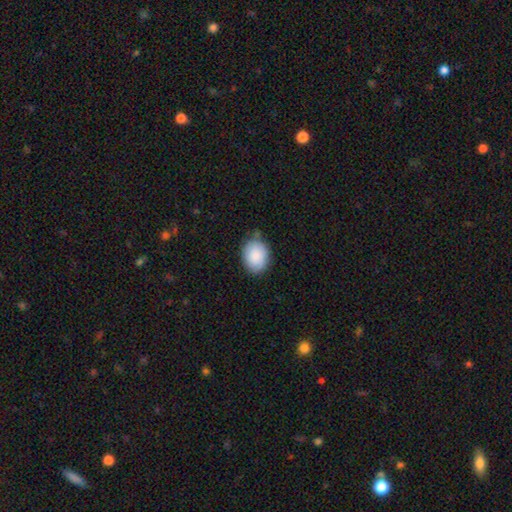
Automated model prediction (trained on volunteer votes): This is clearly a smooth galaxy (87%). How rounded: possibly in between (58%). Merging: likely none (75%).